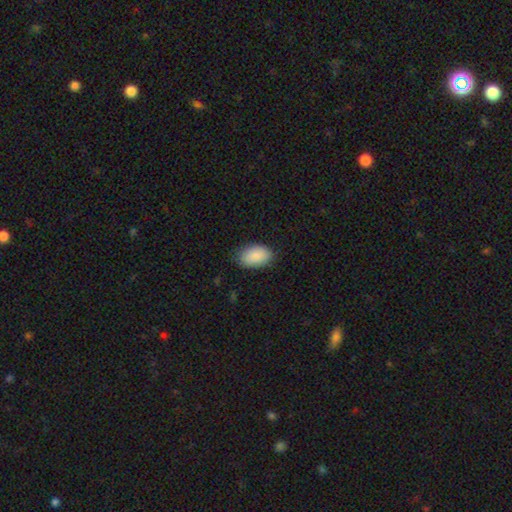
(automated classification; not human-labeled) Smooth or featured: smooth — 88% (star or artifact — 6%)
How rounded: in between — 92% (round — 7%)
Merging: none — 83% (minor disturbance — 13%)